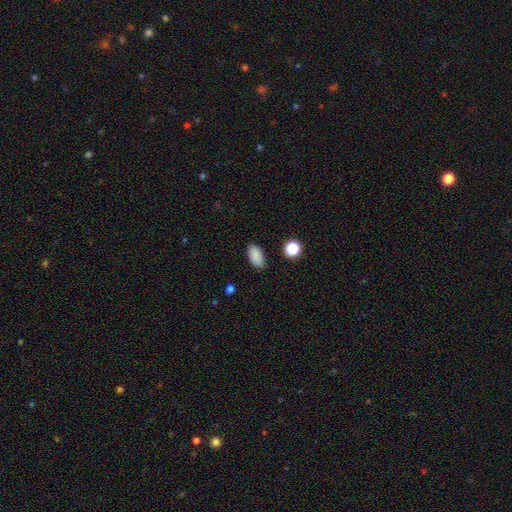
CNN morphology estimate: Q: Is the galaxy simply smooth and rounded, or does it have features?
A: smooth — 87%.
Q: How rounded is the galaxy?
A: in between — 92%.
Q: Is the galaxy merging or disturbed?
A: none — 86%.